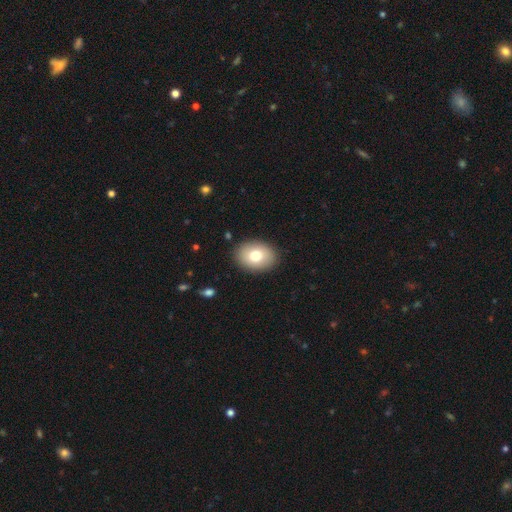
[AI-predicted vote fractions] Smooth or featured?
  - smooth: 77% *
  - featured or disk: 15%
  - star or artifact: 8%
How rounded?
  - in between: 72% *
  - round: 27%
  - cigar-shaped: 1%
Merging?
  - none: 89% *
  - minor disturbance: 8%
  - major disturbance: 2%
  - merger: 1%